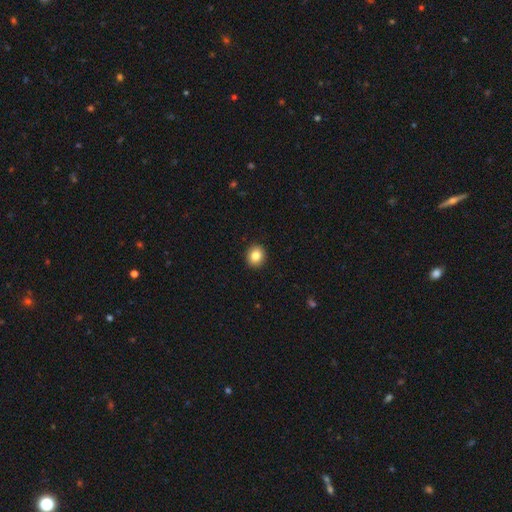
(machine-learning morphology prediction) A smooth galaxy with no disk features (84%) that is round (80%). Merging: none (93%).